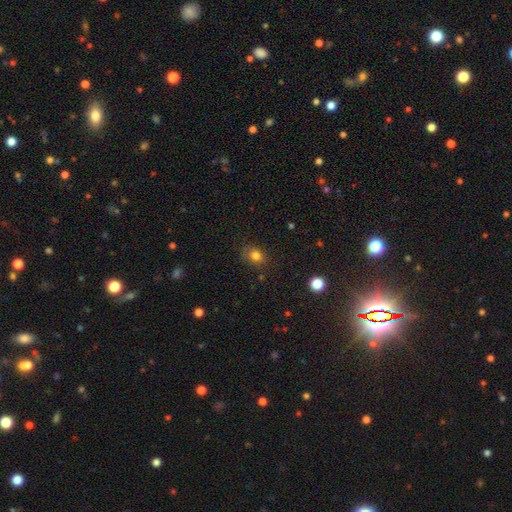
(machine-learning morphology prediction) Q: Smooth or featured?
A: smooth (80%); runner-up: star or artifact (13%)
Q: How rounded?
A: in between (52%); runner-up: round (47%)
Q: Merging?
A: none (76%); runner-up: minor disturbance (17%)